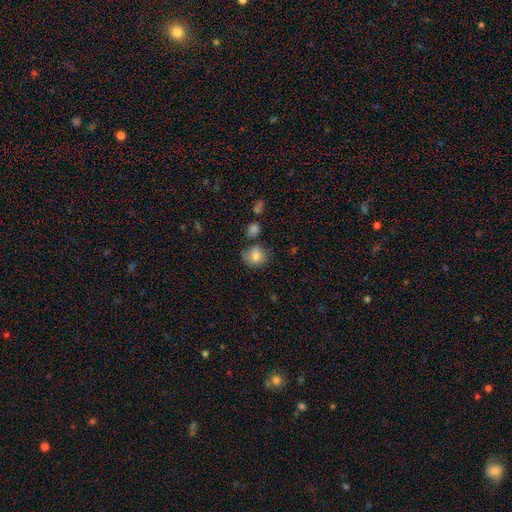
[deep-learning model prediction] This appears to be a smooth galaxy with no disk features (77%) that is round (67%). Merging: none (58%).